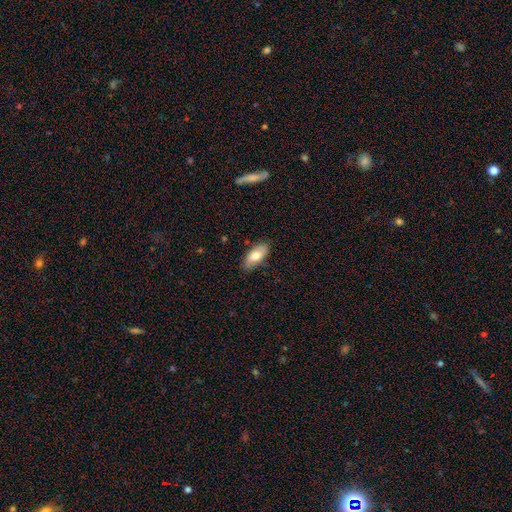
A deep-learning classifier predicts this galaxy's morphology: A smooth galaxy with no disk features (70%) that is in between round and cigar-shaped (88%).

Vote fractions:
- Smooth or featured? smooth: 70% / featured or disk: 24% / star or artifact: 6%
- How rounded? in between: 88% / cigar-shaped: 10% / round: 3%
- Merging? none: 83% / minor disturbance: 13% / major disturbance: 2% / merger: 1%